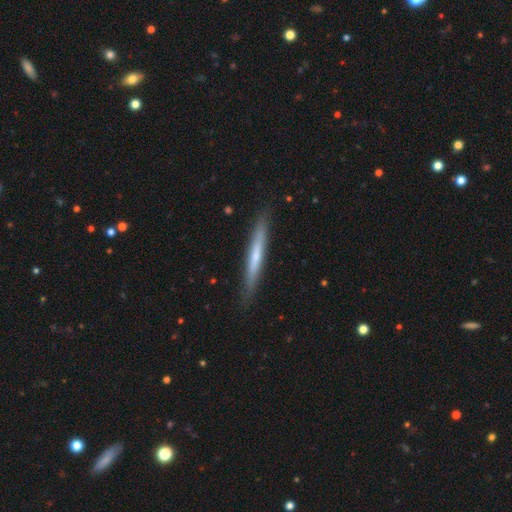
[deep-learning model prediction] Overall: smooth (52%; featured or disk 43%). How rounded: cigar-shaped (96%). Merging: none (88%).